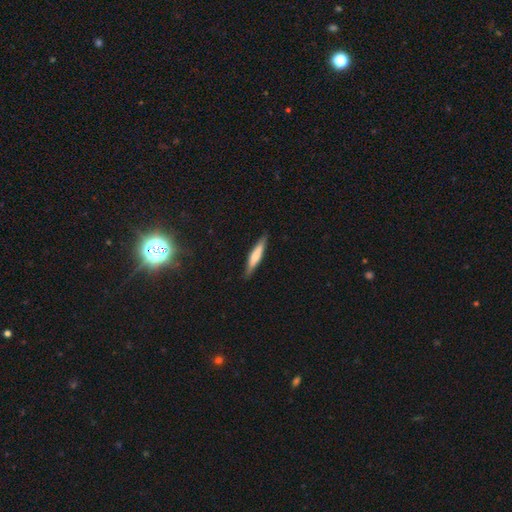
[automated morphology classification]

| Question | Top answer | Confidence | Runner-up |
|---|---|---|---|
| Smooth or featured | smooth | 63% | featured or disk (31%) |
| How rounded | cigar-shaped | 90% | in between (9%) |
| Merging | none | 87% | minor disturbance (10%) |